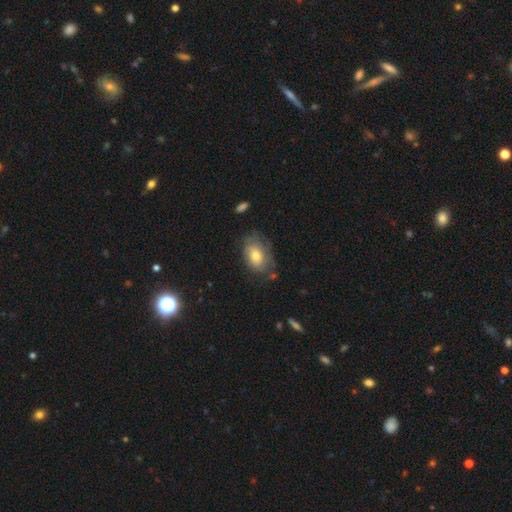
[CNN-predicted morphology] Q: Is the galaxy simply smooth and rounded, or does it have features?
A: smooth — 64%.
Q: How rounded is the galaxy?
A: in between — 84%.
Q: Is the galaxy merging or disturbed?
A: none — 61%.